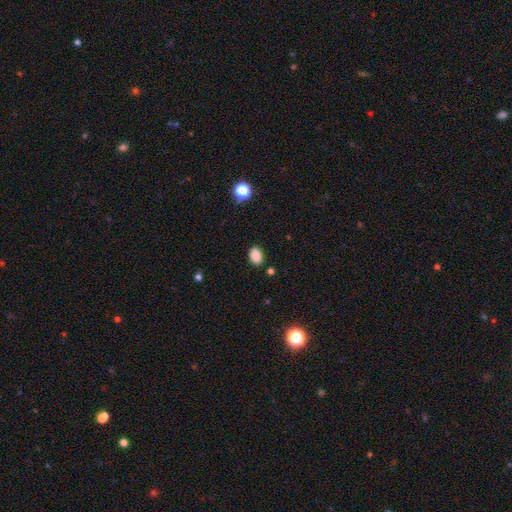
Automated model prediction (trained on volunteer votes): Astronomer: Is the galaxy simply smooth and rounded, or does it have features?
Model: smooth — 87%.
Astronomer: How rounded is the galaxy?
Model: in between — 79%.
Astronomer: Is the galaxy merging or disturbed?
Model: none — 87%.